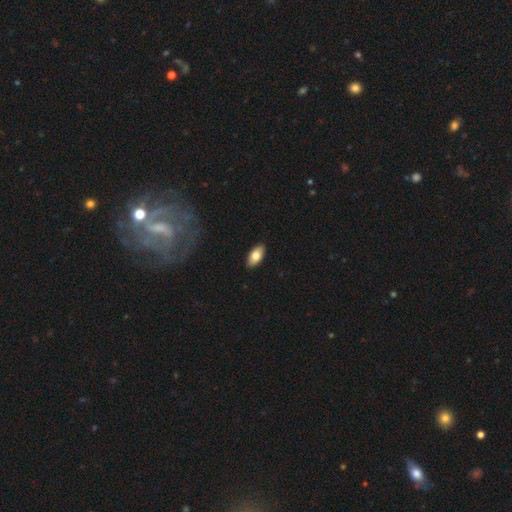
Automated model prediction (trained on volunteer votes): smooth 79%, featured or disk 15%, star or artifact 6%. Down the decision tree: how rounded — in between (92%); merging — none (90%).